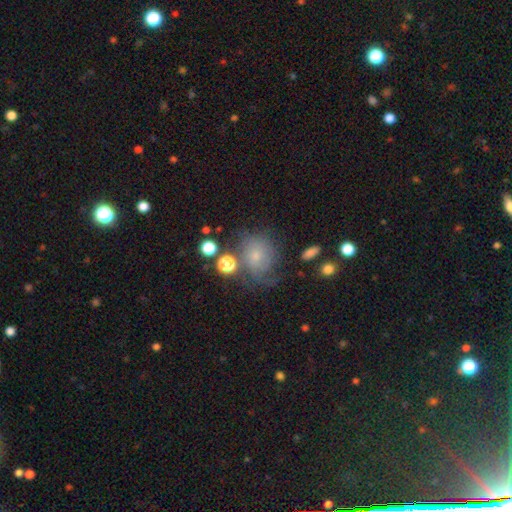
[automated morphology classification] smooth_or_featured: smooth (p=0.55) [alt: featured or disk p=0.32]
how_rounded: round (p=0.68) [alt: in between p=0.31]
merging: none (p=0.46) [alt: minor disturbance p=0.25]